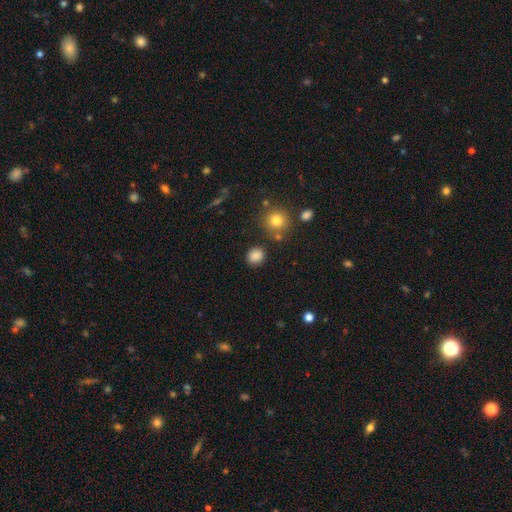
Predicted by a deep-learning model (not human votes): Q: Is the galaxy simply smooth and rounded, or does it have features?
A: smooth — 85%.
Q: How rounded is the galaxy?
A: round — 75%.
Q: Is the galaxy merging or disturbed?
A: none — 85%.